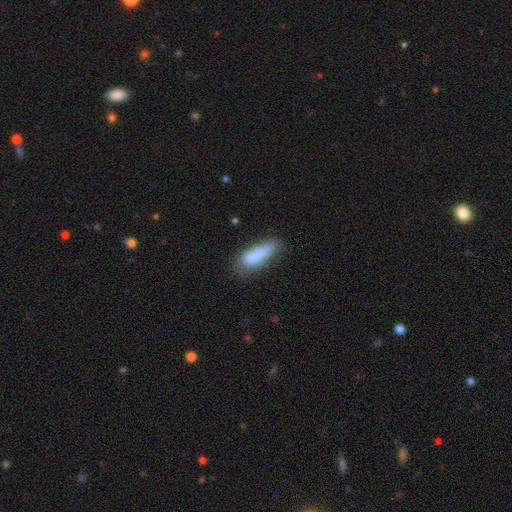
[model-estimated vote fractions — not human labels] The model was most divided on "how rounded": cigar-shaped: 50%, in between: 48%, round: 2%. More confident: smooth or featured — smooth (82%); merging — none (53%).